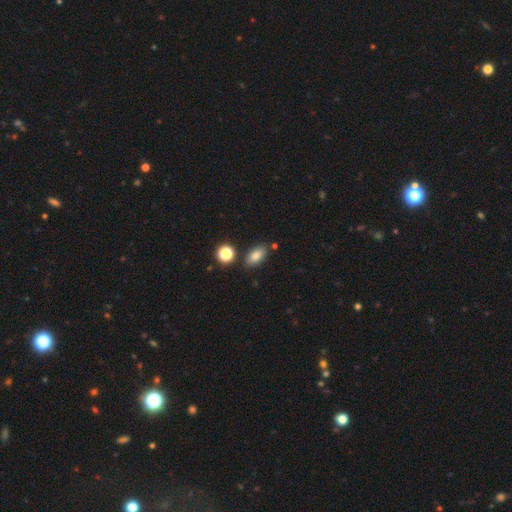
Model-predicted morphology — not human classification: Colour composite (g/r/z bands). It shows a smooth galaxy with no disk features (81%) that is in between round and cigar-shaped (87%). Merging: none (81%).